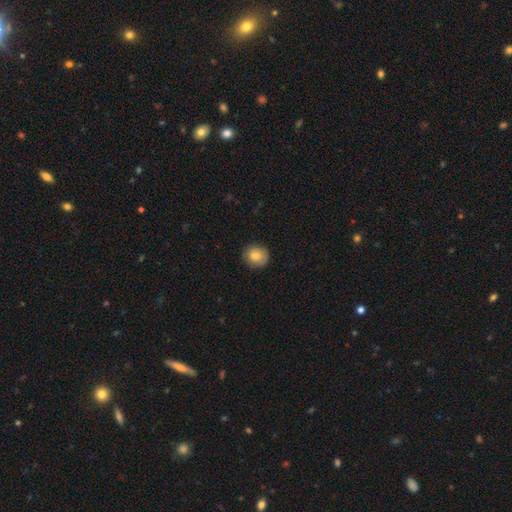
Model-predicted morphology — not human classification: smooth_or_featured: smooth (p=0.82) [alt: featured or disk p=0.10]
how_rounded: round (p=0.82) [alt: in between p=0.17]
merging: none (p=0.86) [alt: minor disturbance p=0.11]